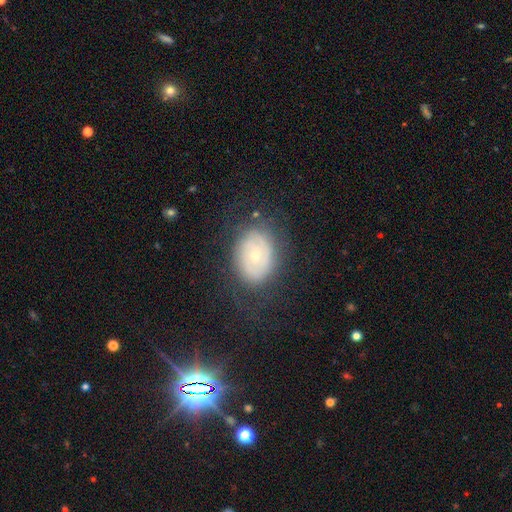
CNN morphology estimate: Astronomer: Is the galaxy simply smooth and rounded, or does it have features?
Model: featured or disk — 64%.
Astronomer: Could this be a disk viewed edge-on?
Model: no — 96%.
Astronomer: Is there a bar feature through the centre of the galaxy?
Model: no — 74%.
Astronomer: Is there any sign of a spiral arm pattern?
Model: yes — 75%.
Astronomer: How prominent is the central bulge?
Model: small — 68%.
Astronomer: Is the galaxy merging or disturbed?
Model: none — 75%.